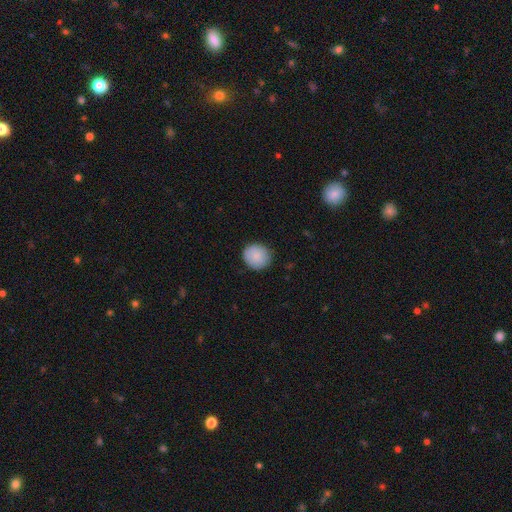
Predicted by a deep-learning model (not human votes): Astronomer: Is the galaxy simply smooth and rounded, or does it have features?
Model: smooth — 88%.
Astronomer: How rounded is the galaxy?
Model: round — 86%.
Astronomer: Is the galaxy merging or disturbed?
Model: none — 87%.